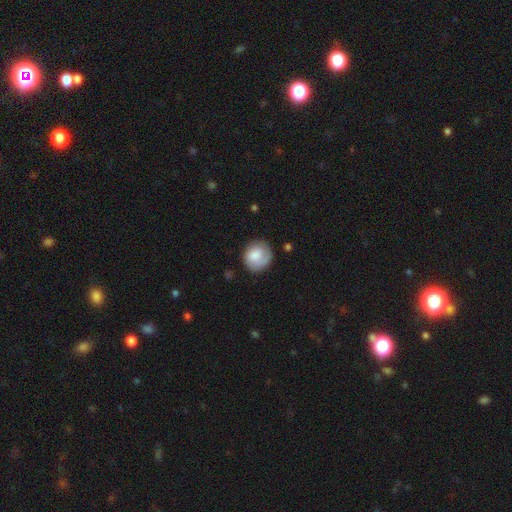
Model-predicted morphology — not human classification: Smooth or featured: smooth — 68% (featured or disk — 26%)
How rounded: round — 82% (in between — 17%)
Merging: none — 72% (minor disturbance — 19%)